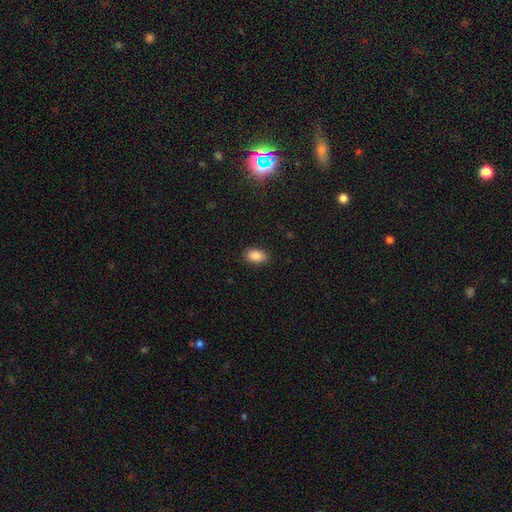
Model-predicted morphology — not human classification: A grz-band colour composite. It shows a smooth galaxy with no disk features (89%) that is in between round and cigar-shaped (92%). Merging: none (88%).